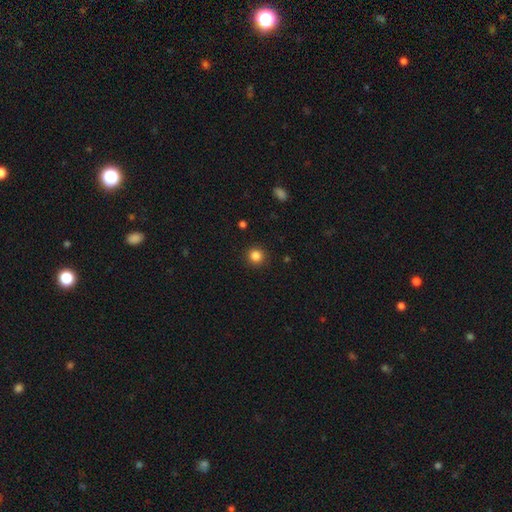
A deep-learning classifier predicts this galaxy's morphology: Overall: smooth (84%). How rounded: round (94%). Merging: none (91%).